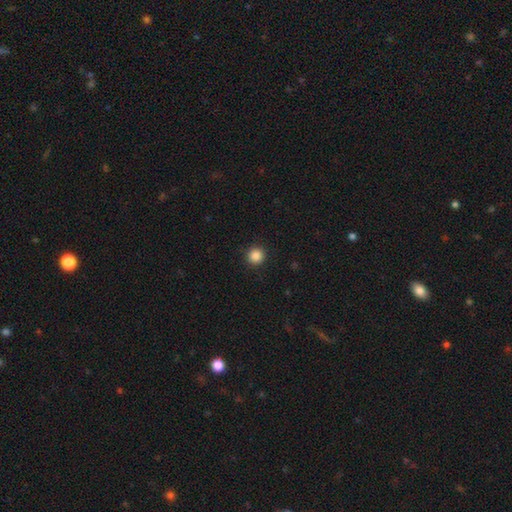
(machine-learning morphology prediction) Q: Smooth or featured?
A: smooth (86%); runner-up: star or artifact (11%)
Q: How rounded?
A: round (95%); runner-up: in between (4%)
Q: Merging?
A: none (93%); runner-up: minor disturbance (5%)